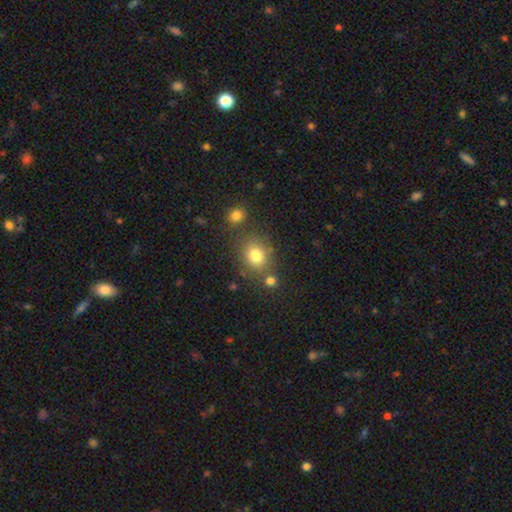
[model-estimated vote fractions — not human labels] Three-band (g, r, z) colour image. It shows a smooth galaxy with no disk features (79%) that is round (68%). Merging: none (71%).